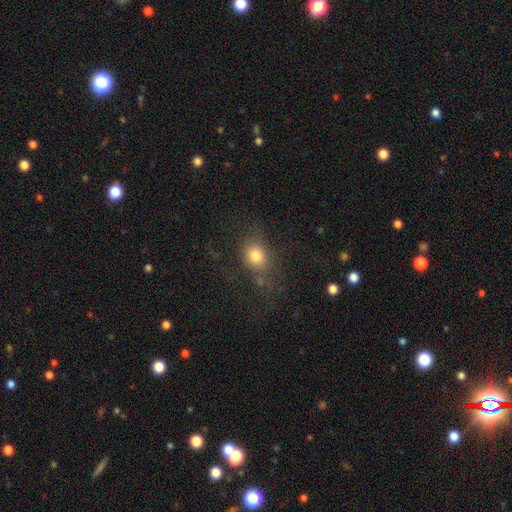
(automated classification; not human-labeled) Morphology: type=smooth (74%); roundness=in between (49%); merging=none (61%).